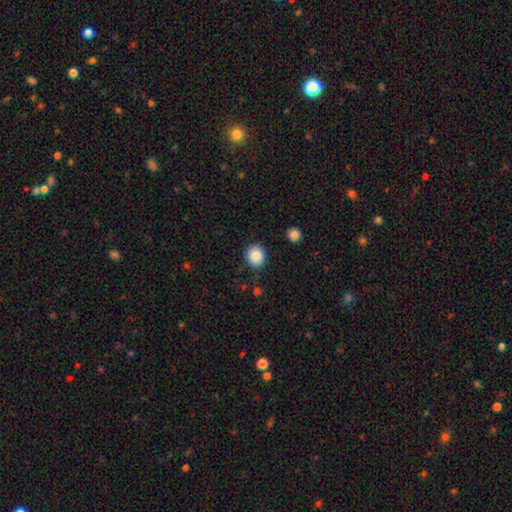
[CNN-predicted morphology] smooth_or_featured: smooth (p=0.87) [alt: star or artifact p=0.09]
how_rounded: round (p=0.84) [alt: in between p=0.15]
merging: none (p=0.86) [alt: minor disturbance p=0.10]